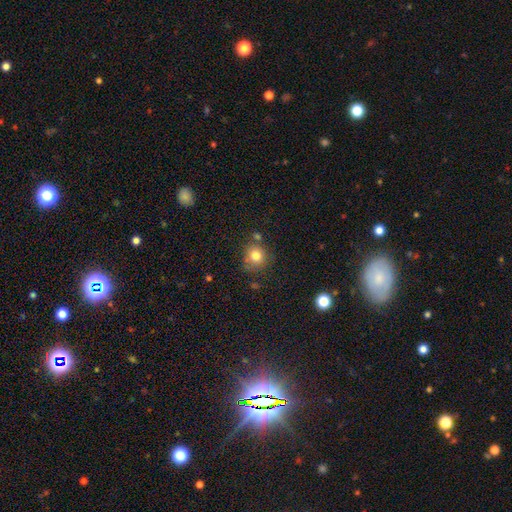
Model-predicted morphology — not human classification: type=smooth (81%); roundness=round (86%); merging=none (72%).